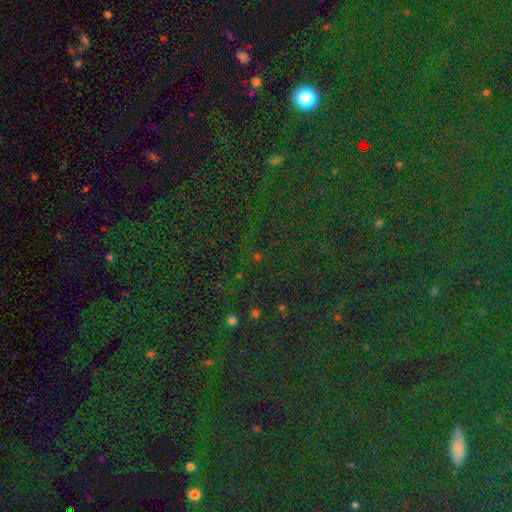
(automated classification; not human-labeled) smooth-or-featured: star or artifact: 78% | smooth: 14% | featured or disk: 8%